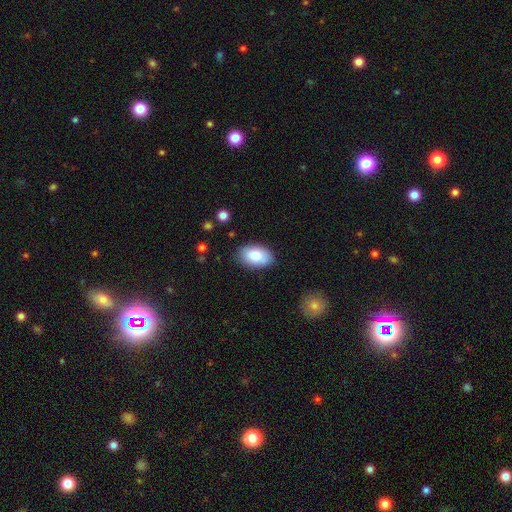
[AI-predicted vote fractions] Smooth or featured: smooth — 84% (featured or disk — 9%)
How rounded: in between — 93% (round — 6%)
Merging: none — 84% (minor disturbance — 13%)